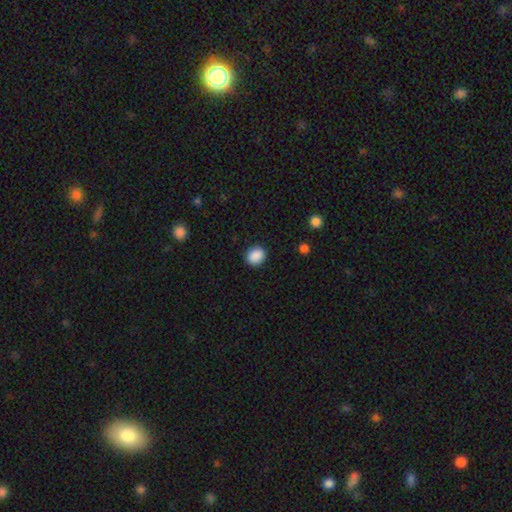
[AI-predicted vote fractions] A smooth galaxy with no disk features (89%) that is round (64%). Merging: none (89%).